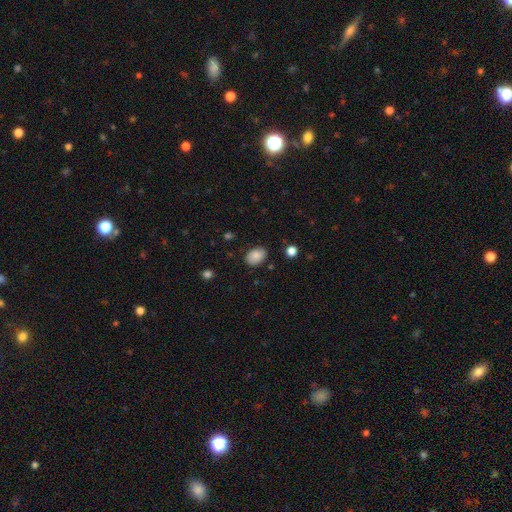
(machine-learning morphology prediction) Smooth or featured? Predicted: smooth (p=0.86). How rounded? Predicted: in between (p=0.79). Merging? Predicted: none (p=0.83).